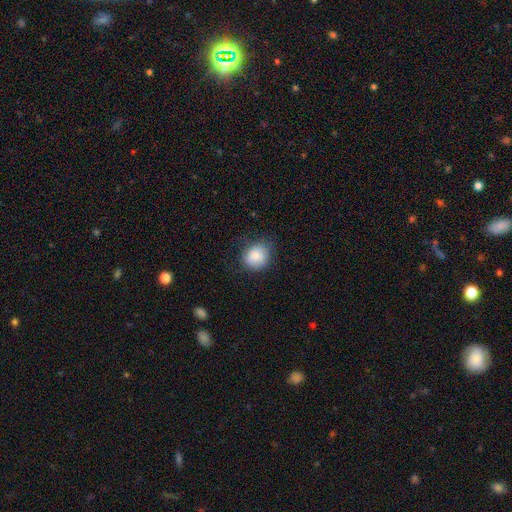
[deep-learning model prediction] This is clearly a smooth galaxy (85%). How rounded: likely round (67%). Merging: likely none (69%).